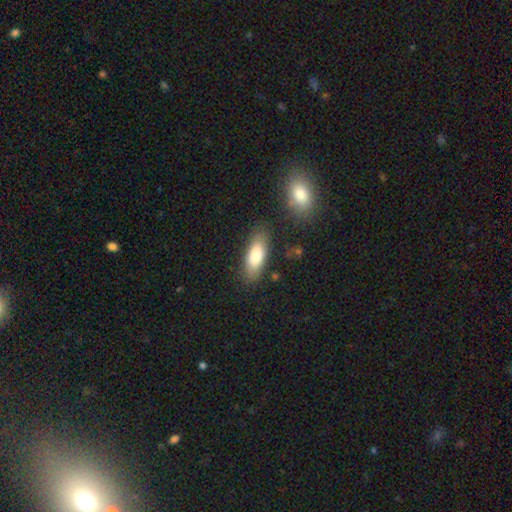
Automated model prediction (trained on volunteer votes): Morphology: type=smooth (80%); roundness=in between (73%); merging=none (80%).